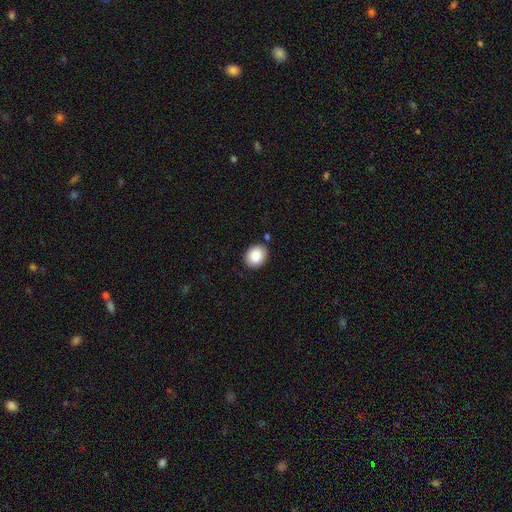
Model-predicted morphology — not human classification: The model was most divided on "how rounded": round: 51%, in between: 48%, cigar-shaped: 1%. More confident: smooth or featured — smooth (88%); merging — none (84%).